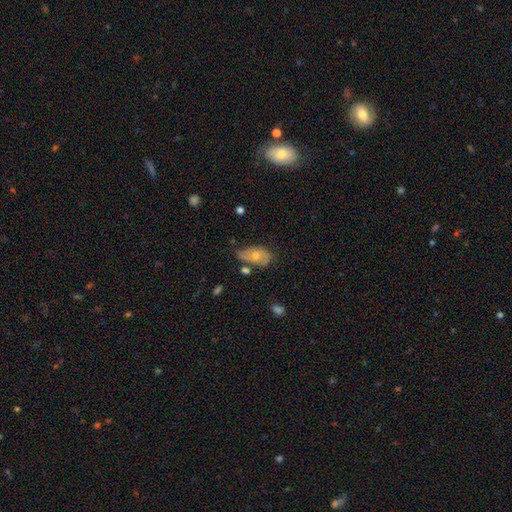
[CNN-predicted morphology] smooth-or-featured: featured or disk: 47% | smooth: 45% | star or artifact: 8%
  merging: none: 46% | minor disturbance: 33% | major disturbance: 13% | merger: 8%